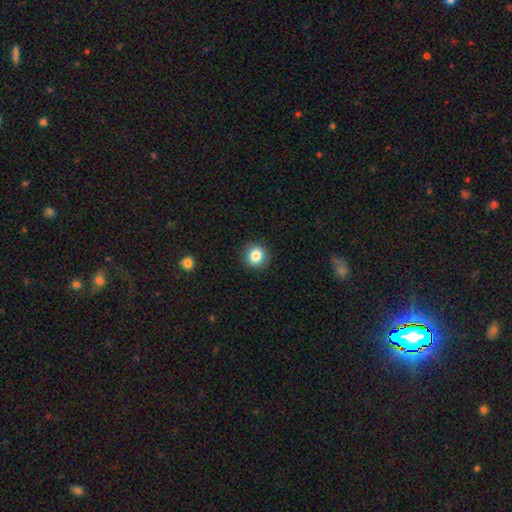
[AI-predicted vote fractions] Smooth or featured: smooth — 84% (star or artifact — 10%)
How rounded: round — 90% (in between — 9%)
Merging: none — 91% (minor disturbance — 6%)